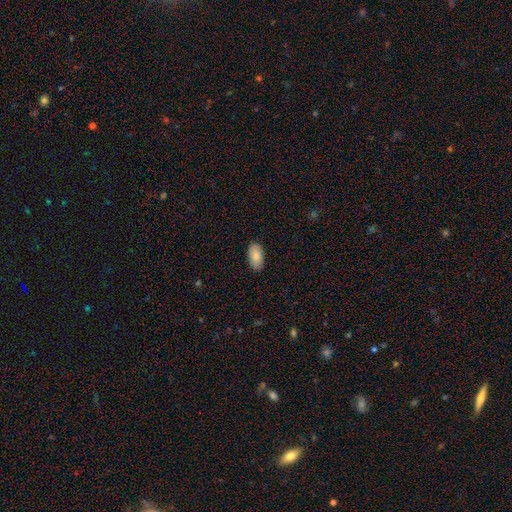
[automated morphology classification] This is clearly a smooth galaxy (84%). How rounded: clearly in between (95%). Merging: clearly none (87%).